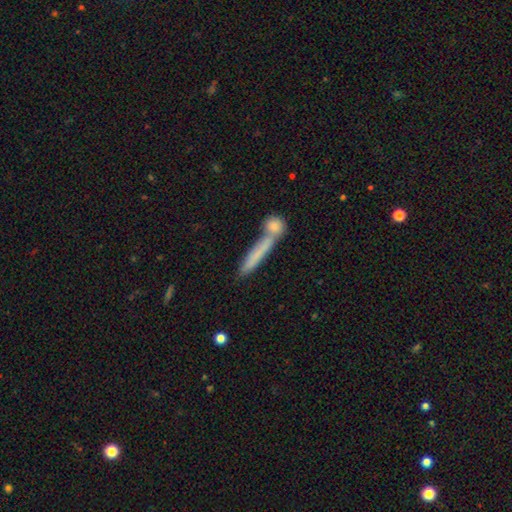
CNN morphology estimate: Smooth or featured? Predicted: smooth (p=0.71). How rounded? Predicted: cigar-shaped (p=0.87). Merging? Predicted: none (p=0.51).